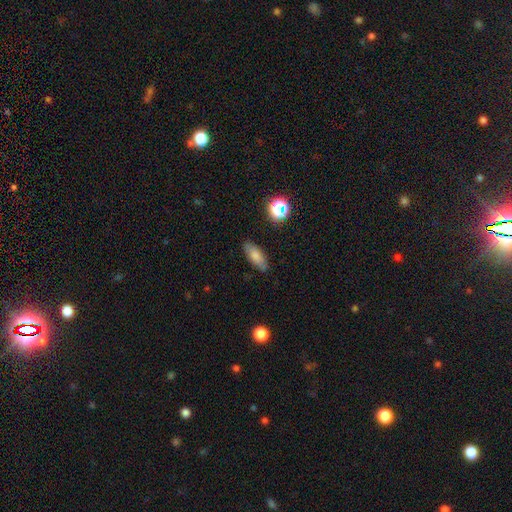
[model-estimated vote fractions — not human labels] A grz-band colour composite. It shows a smooth galaxy with no disk features (75%) that is in between round and cigar-shaped (77%). Merging: none (82%).